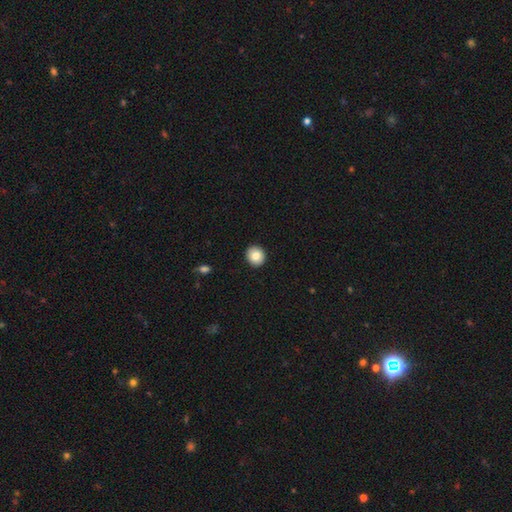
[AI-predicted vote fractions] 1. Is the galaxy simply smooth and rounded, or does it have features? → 83% smooth, 9% featured or disk, 8% star or artifact.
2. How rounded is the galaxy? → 85% round, 14% in between, 1% cigar-shaped.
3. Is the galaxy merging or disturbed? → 92% none, 5% minor disturbance, 1% major disturbance, 1% merger.